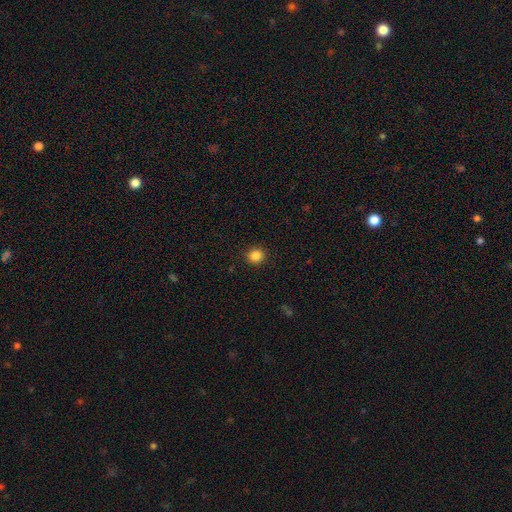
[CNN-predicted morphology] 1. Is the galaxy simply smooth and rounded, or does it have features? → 85% smooth, 11% star or artifact, 4% featured or disk.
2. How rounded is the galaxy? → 87% round, 12% in between, 1% cigar-shaped.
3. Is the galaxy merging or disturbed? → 92% none, 5% minor disturbance, 2% major disturbance, 1% merger.